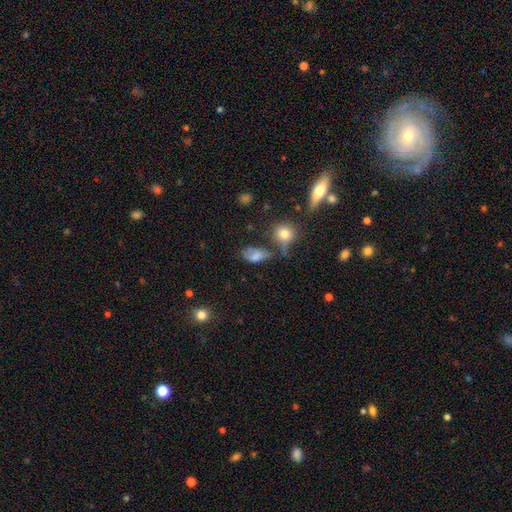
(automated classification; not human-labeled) Morphology: type=smooth (69%); roundness=in between (86%); merging=none (37%).